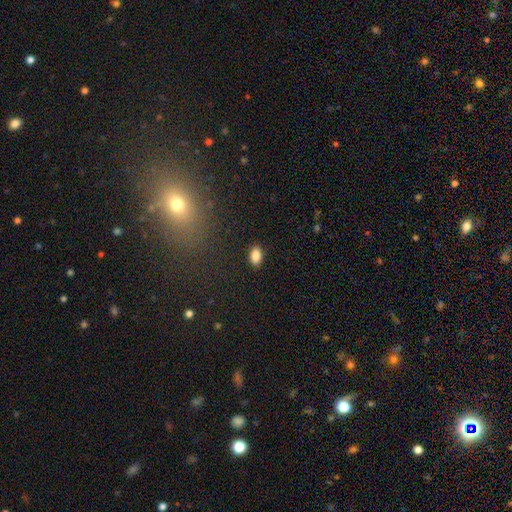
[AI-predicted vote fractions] Smooth or featured?
  - smooth: 87% *
  - star or artifact: 9%
  - featured or disk: 5%
How rounded?
  - in between: 90% *
  - round: 8%
  - cigar-shaped: 2%
Merging?
  - none: 88% *
  - minor disturbance: 9%
  - major disturbance: 2%
  - merger: 1%